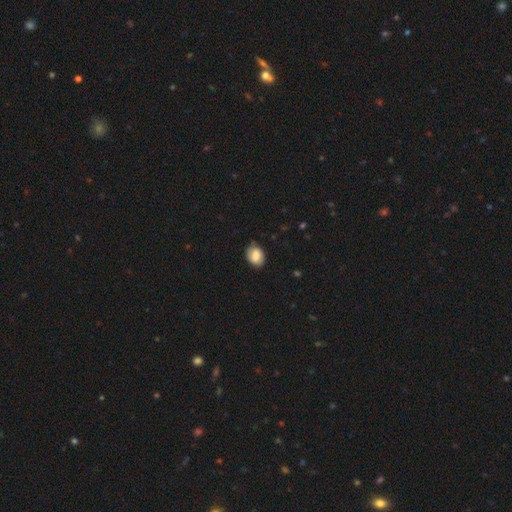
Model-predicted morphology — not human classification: type=smooth (77%); roundness=in between (66%); merging=none (73%).